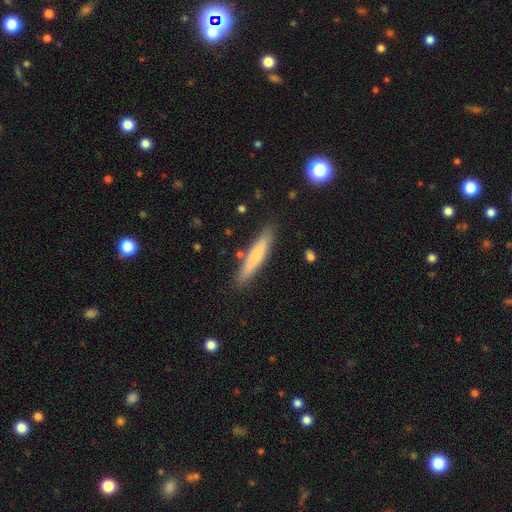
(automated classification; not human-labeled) A smooth galaxy with no disk features (70%) that is cigar-shaped (90%).

Vote fractions:
- Smooth or featured? smooth: 70% / featured or disk: 24% / star or artifact: 6%
- How rounded? cigar-shaped: 90% / in between: 8% / round: 1%
- Merging? none: 85% / minor disturbance: 10% / merger: 3% / major disturbance: 2%